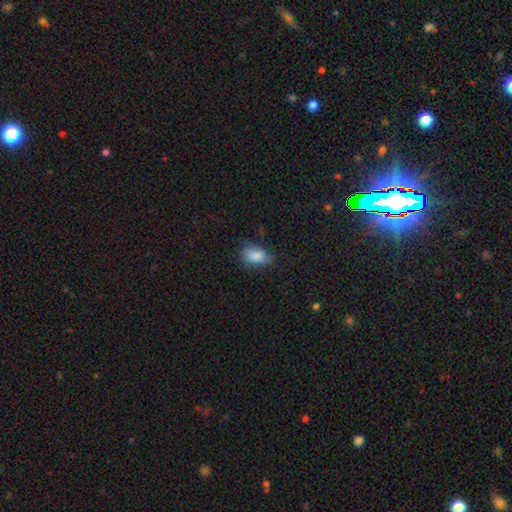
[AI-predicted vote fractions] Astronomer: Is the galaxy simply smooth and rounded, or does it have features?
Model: smooth — 78%.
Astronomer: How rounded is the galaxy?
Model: in between — 88%.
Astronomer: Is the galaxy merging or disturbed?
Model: none — 55%.